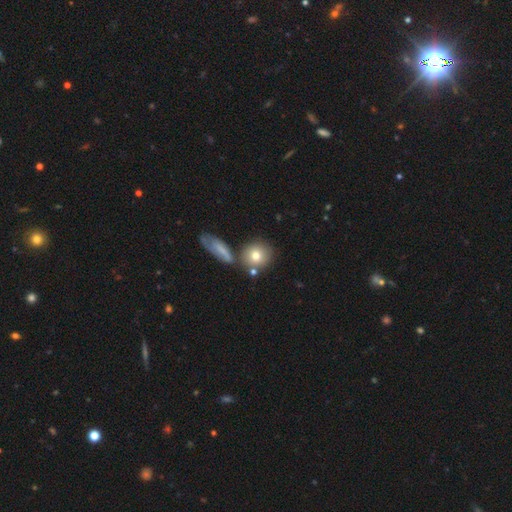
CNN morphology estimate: Smooth or featured?
  - smooth: 73% *
  - featured or disk: 18%
  - star or artifact: 9%
How rounded?
  - round: 83% *
  - in between: 15%
  - cigar-shaped: 2%
Merging?
  - none: 65% *
  - merger: 18%
  - minor disturbance: 12%
  - major disturbance: 5%